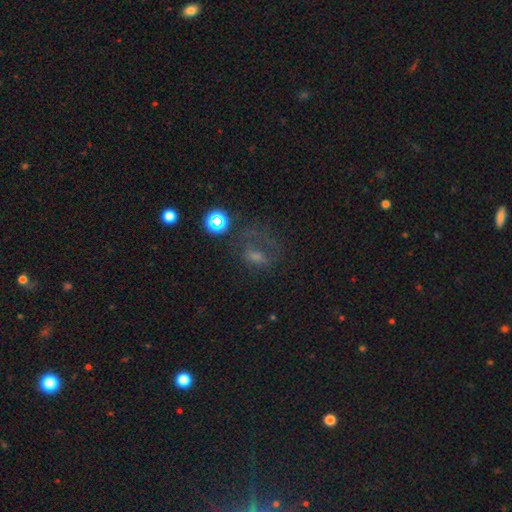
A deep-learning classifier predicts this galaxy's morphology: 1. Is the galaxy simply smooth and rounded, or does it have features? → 43% smooth, 30% star or artifact, 27% featured or disk.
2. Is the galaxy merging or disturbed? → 40% major disturbance, 36% none, 19% minor disturbance, 5% merger.